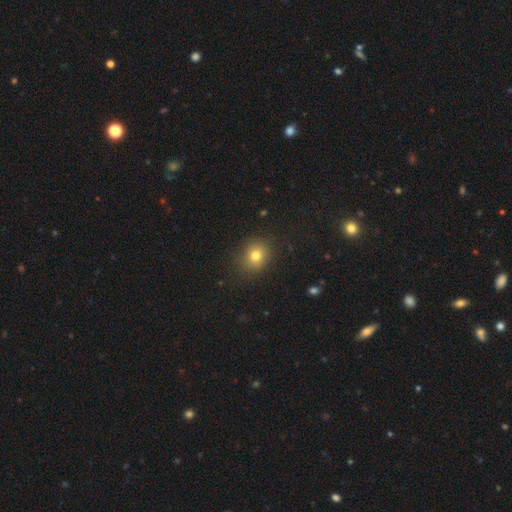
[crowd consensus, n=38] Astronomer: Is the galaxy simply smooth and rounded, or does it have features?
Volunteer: smooth — 92%.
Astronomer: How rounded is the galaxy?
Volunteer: round — 83%.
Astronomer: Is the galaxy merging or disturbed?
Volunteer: none — 73%.